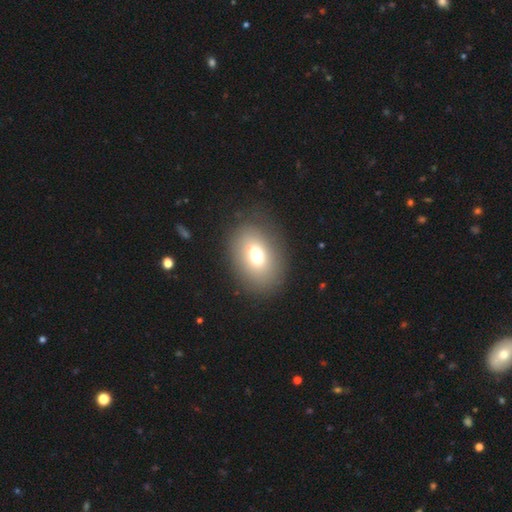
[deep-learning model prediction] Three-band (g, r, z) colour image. It shows a smooth galaxy with no disk features (71%) that is in between round and cigar-shaped (75%). Merging: none (83%).